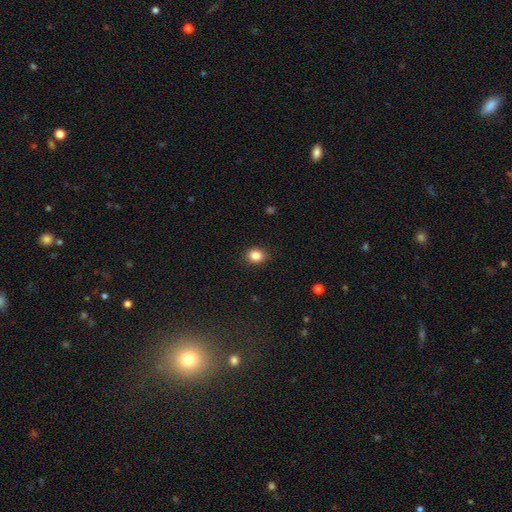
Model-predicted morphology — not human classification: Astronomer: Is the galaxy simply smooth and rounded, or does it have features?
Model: smooth — 85%.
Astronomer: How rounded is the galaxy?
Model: round — 60% (runner-up: in between, 39%).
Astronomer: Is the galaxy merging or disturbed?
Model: none — 89%.